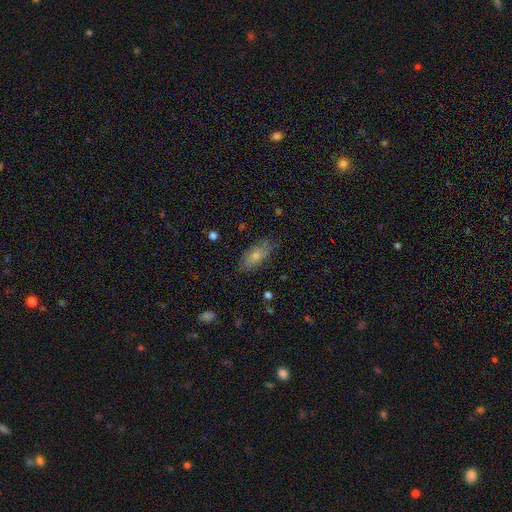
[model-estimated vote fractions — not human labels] A smooth galaxy with no disk features (59%) that is in between round and cigar-shaped (75%). Merging: none (80%).